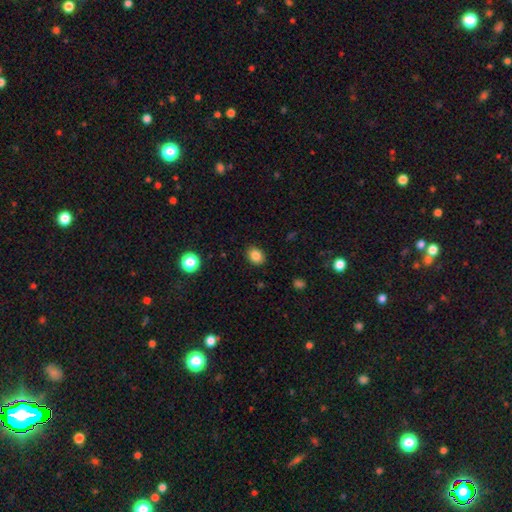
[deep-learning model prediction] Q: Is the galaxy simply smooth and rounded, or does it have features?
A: smooth — 86%.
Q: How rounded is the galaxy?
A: in between — 56%.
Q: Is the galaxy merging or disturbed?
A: none — 89%.